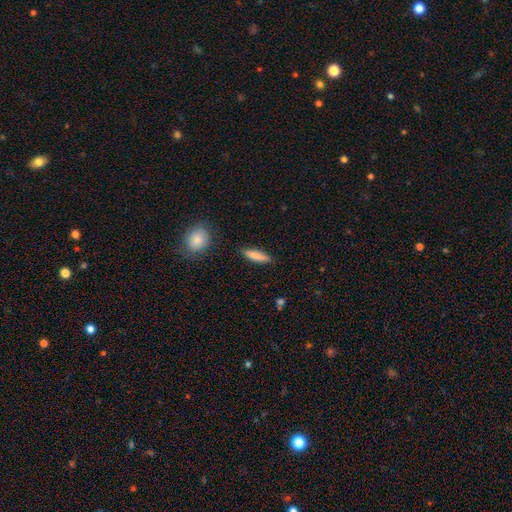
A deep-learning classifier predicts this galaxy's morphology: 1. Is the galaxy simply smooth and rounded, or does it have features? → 83% smooth, 11% featured or disk, 6% star or artifact.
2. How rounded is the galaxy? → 69% cigar-shaped, 29% in between, 2% round.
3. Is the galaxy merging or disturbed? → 85% none, 11% minor disturbance, 2% major disturbance, 2% merger.